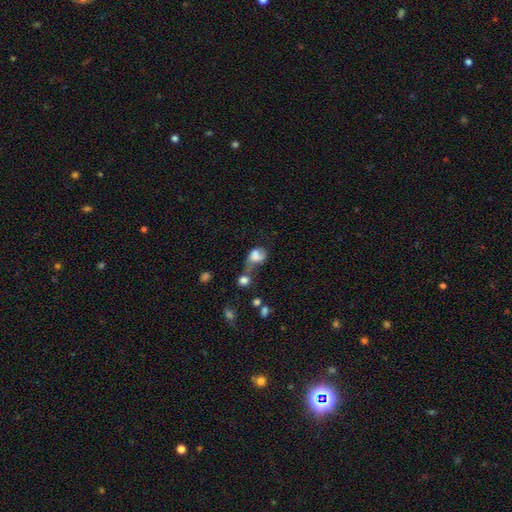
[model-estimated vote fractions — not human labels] This appears to be a smooth galaxy with no disk features (63%) that is in between round and cigar-shaped (63%). Merging: merger (36%).